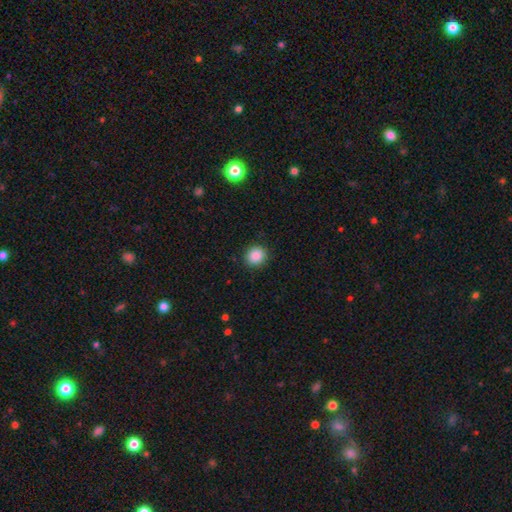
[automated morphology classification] A smooth galaxy with no disk features (88%) that is round (86%). Merging: none (90%).